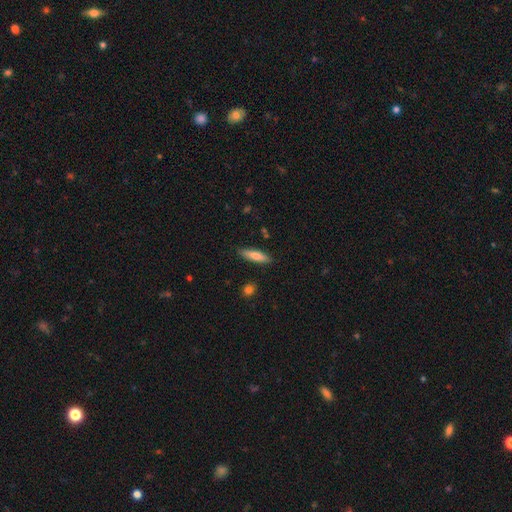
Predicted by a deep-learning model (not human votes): A smooth galaxy with no disk features (71%) that is cigar-shaped (68%). Merging: none (86%).